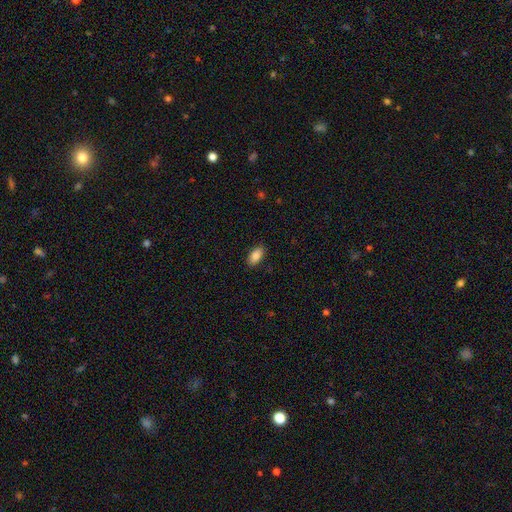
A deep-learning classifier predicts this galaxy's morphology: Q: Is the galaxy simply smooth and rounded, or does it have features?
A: smooth — 86%.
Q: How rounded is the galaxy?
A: in between — 92%.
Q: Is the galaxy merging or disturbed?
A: none — 88%.